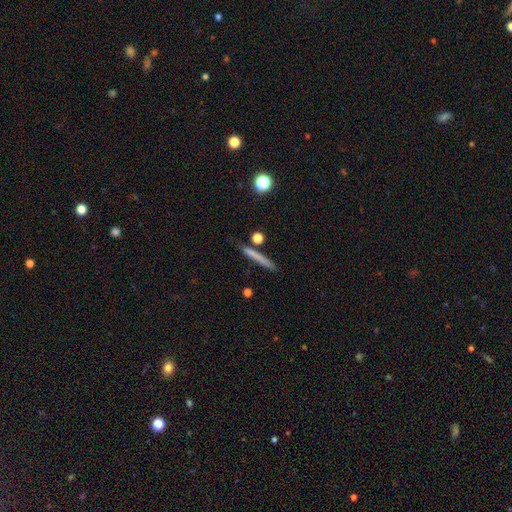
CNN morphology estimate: Smooth or featured: smooth — 66% (featured or disk — 26%)
How rounded: cigar-shaped — 93% (in between — 4%)
Merging: none — 79% (minor disturbance — 12%)